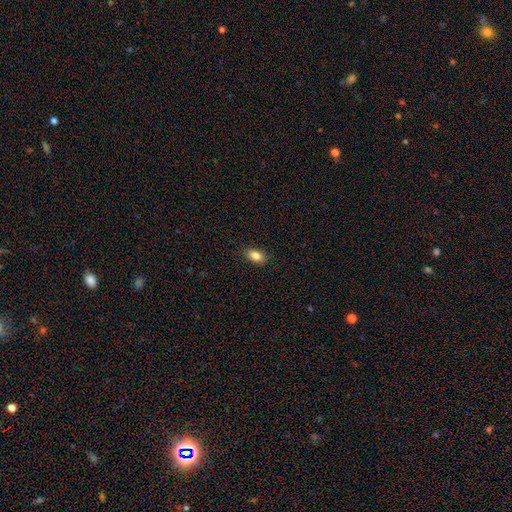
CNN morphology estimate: Smooth or featured?
  - smooth: 84% *
  - star or artifact: 8%
  - featured or disk: 7%
How rounded?
  - in between: 89% *
  - round: 9%
  - cigar-shaped: 3%
Merging?
  - none: 88% *
  - minor disturbance: 9%
  - major disturbance: 2%
  - merger: 1%